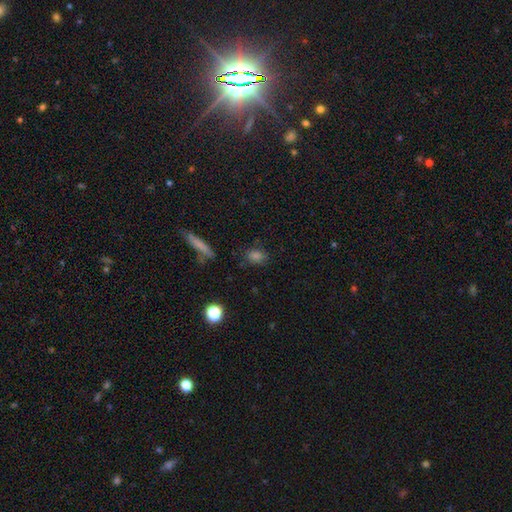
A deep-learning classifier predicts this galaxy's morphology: Smooth or featured? Predicted: smooth (p=0.74). How rounded? Predicted: in between (p=0.62). Merging? Predicted: none (p=0.80).